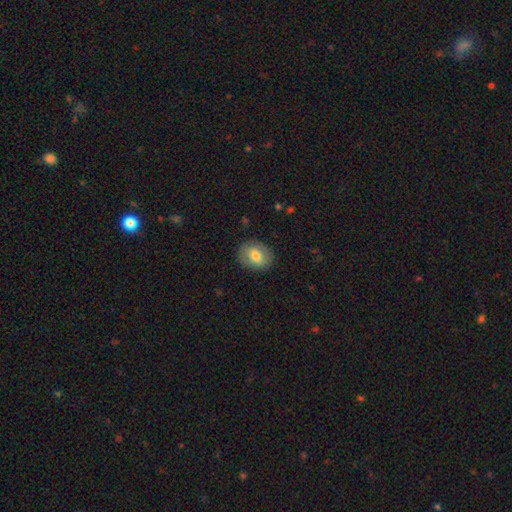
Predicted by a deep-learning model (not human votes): A smooth galaxy with no disk features (72%) that is in between round and cigar-shaped (55%).

Vote fractions:
- Smooth or featured? smooth: 72% / featured or disk: 21% / star or artifact: 7%
- How rounded? in between: 55% / round: 44% / cigar-shaped: 1%
- Merging? none: 84% / minor disturbance: 11% / major disturbance: 3% / merger: 1%